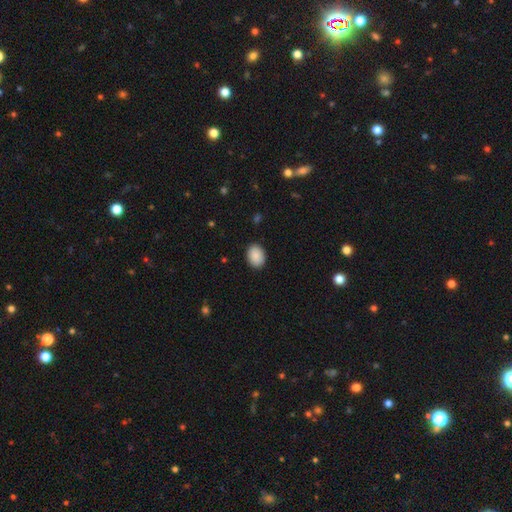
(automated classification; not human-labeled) This is clearly a smooth galaxy (91%). How rounded: likely in between (73%). Merging: clearly none (89%).